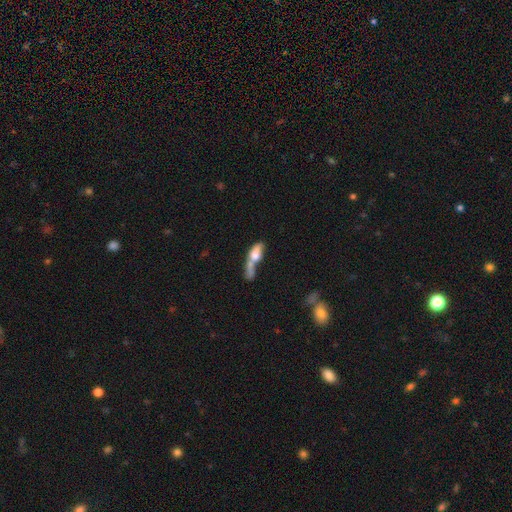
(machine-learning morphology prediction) Smooth or featured: smooth — 57% (featured or disk — 34%)
How rounded: in between — 55% (cigar-shaped — 36%)
Merging: merger — 56% (major disturbance — 18%)